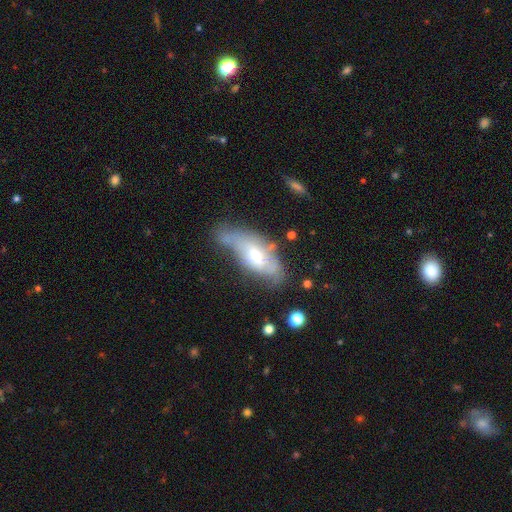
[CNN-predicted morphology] A featured or disk galaxy (47%). Merging: none (33%).